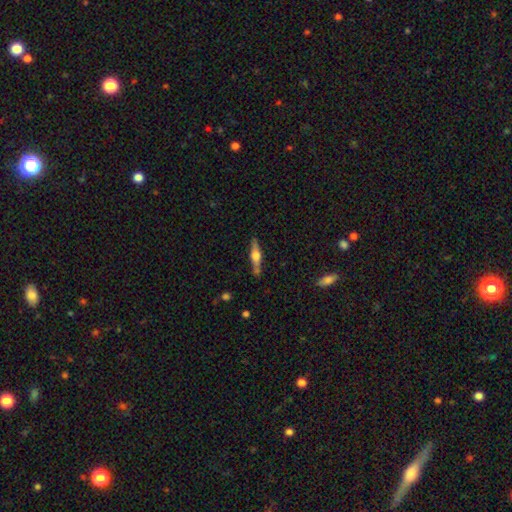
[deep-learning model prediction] Smooth or featured?
  - featured or disk: 60% *
  - smooth: 33%
  - star or artifact: 6%
Edge-on disk?
  - yes: 95% *
  - no: 5%
Edge-on bulge?
  - rounded: 88% *
  - boxy: 9%
  - none: 3%
Merging?
  - none: 79% *
  - minor disturbance: 13%
  - merger: 5%
  - major disturbance: 3%